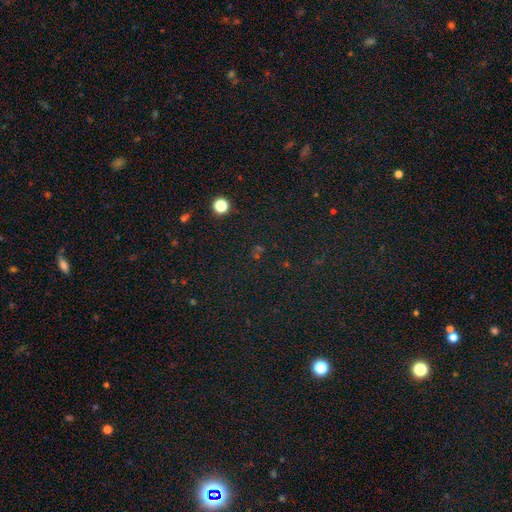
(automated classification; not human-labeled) smooth_or_featured: star or artifact (p=0.73) [alt: smooth p=0.19]